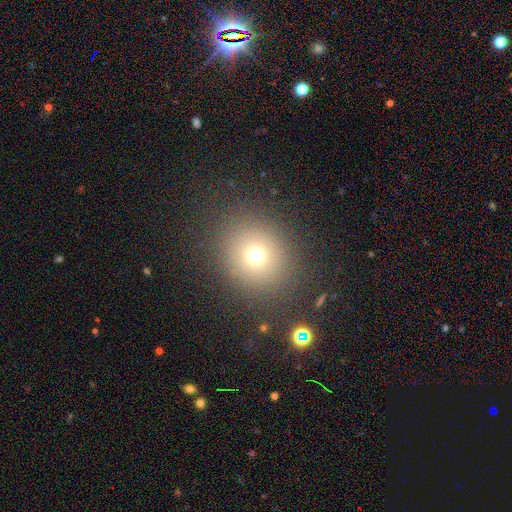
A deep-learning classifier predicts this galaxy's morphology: A smooth galaxy with no disk features (69%) that is round (85%). Merging: none (86%).